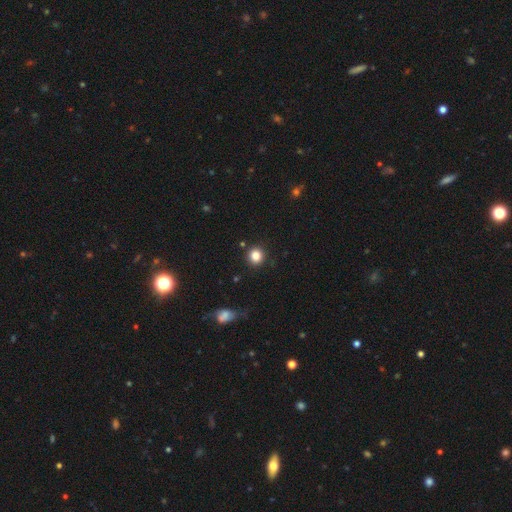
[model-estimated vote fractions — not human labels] Q: Smooth or featured?
A: smooth (84%); runner-up: star or artifact (11%)
Q: How rounded?
A: round (92%); runner-up: in between (8%)
Q: Merging?
A: none (90%); runner-up: minor disturbance (6%)